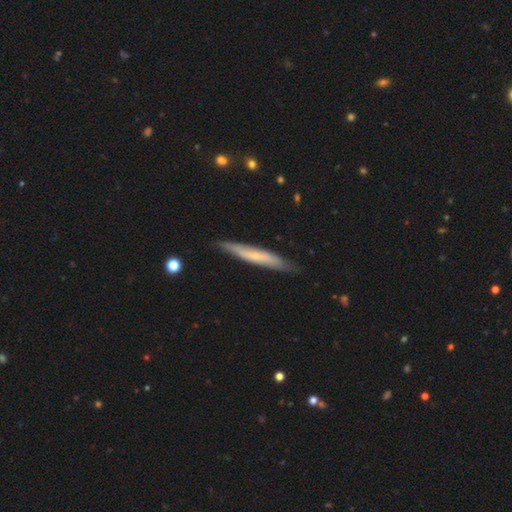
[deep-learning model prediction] A featured or disk galaxy (51%) viewed edge-on (82%).

Vote fractions:
- Smooth or featured? featured or disk: 51% / smooth: 44% / star or artifact: 6%
- Edge-on disk? yes: 82% / no: 18%
- Merging? none: 83% / minor disturbance: 14% / major disturbance: 2% / merger: 1%